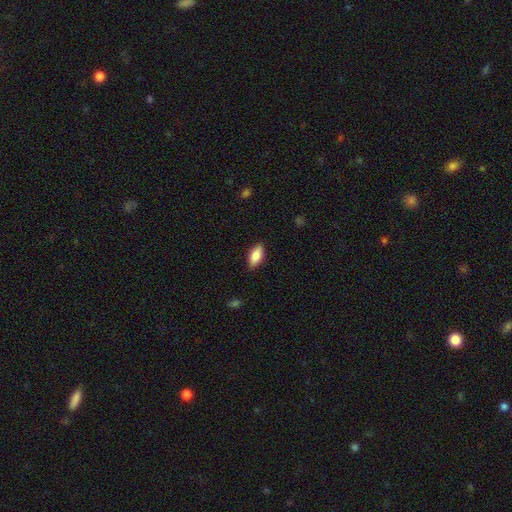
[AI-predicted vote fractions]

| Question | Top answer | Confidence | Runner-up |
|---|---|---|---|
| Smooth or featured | smooth | 82% | featured or disk (12%) |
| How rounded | in between | 85% | cigar-shaped (12%) |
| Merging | none | 87% | minor disturbance (10%) |